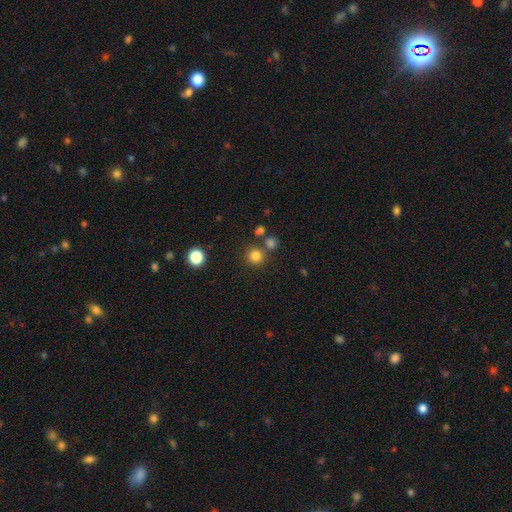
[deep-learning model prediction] A smooth galaxy with no disk features (80%) that is round (93%). Merging: none (78%).